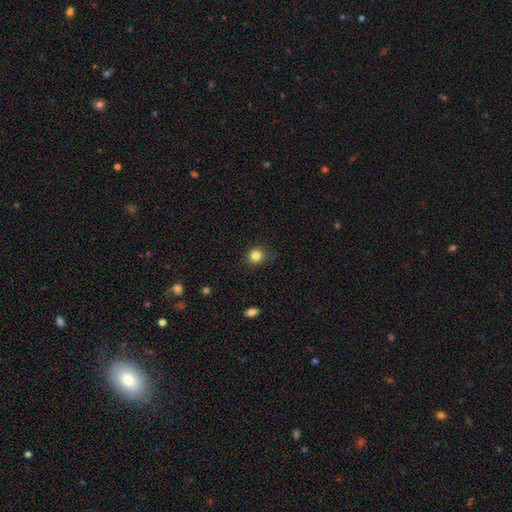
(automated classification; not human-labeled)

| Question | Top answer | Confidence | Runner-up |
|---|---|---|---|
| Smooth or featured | smooth | 83% | star or artifact (12%) |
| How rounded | round | 87% | in between (12%) |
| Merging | none | 83% | minor disturbance (13%) |